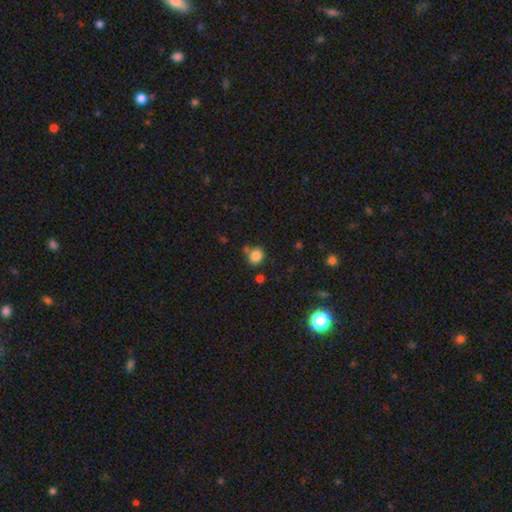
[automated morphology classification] This is clearly a smooth galaxy (83%). How rounded: likely round (68%). Merging: likely none (70%).